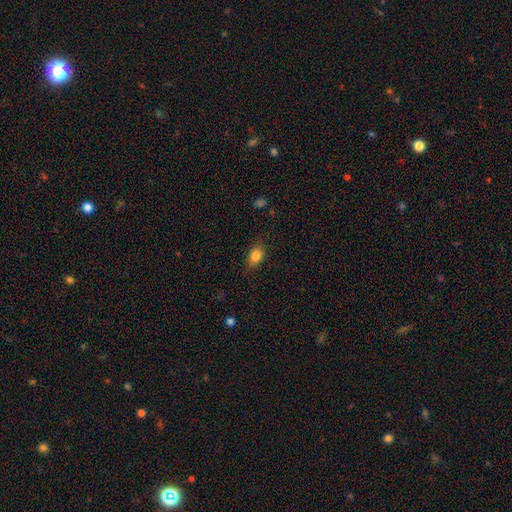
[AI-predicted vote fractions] A smooth galaxy with no disk features (83%) that is in between round and cigar-shaped (80%). Merging: none (82%).